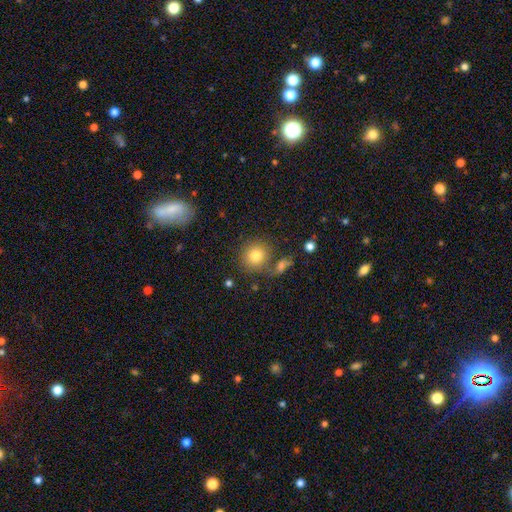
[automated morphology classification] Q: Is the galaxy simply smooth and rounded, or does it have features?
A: smooth — 80%.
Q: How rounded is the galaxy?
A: round — 88%.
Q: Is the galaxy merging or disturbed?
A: none — 69%.